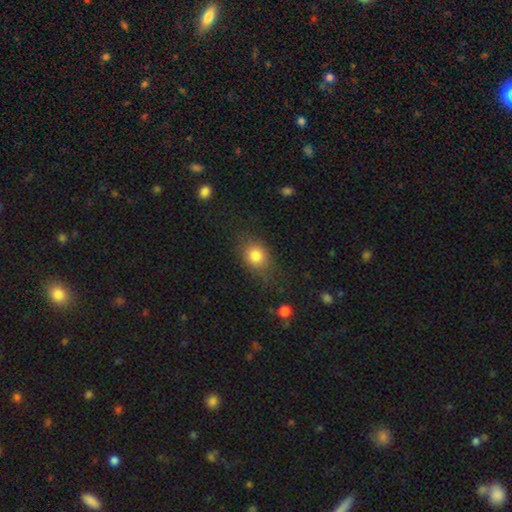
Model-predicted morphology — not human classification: smooth-or-featured: smooth: 81% | star or artifact: 10% | featured or disk: 9%
  how-rounded: in between: 51% | round: 48% | cigar-shaped: 2%
  merging: none: 70% | minor disturbance: 20% | major disturbance: 8% | merger: 2%